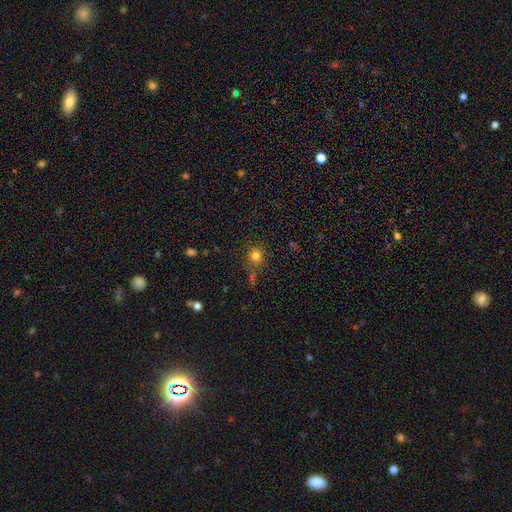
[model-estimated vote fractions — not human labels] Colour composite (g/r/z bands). It shows a smooth galaxy with no disk features (78%) that is round (88%). Merging: none (75%).